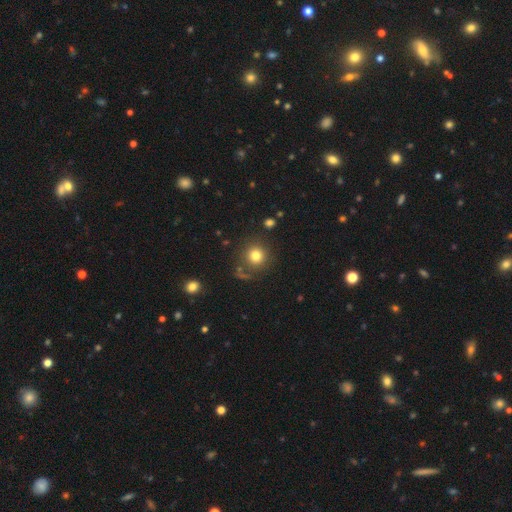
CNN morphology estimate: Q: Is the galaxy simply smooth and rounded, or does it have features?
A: smooth — 80%.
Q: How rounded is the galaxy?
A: round — 93%.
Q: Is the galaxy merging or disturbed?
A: none — 81%.